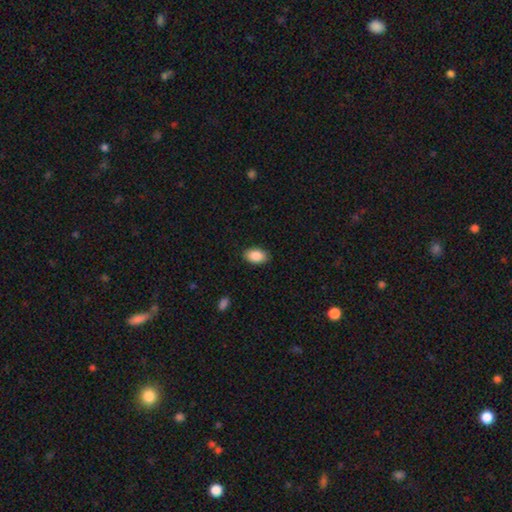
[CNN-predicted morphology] A smooth galaxy with no disk features (89%) that is in between round and cigar-shaped (92%).

Vote fractions:
- Smooth or featured? smooth: 89% / star or artifact: 7% / featured or disk: 4%
- How rounded? in between: 92% / round: 7% / cigar-shaped: 1%
- Merging? none: 88% / minor disturbance: 9% / major disturbance: 2% / merger: 1%